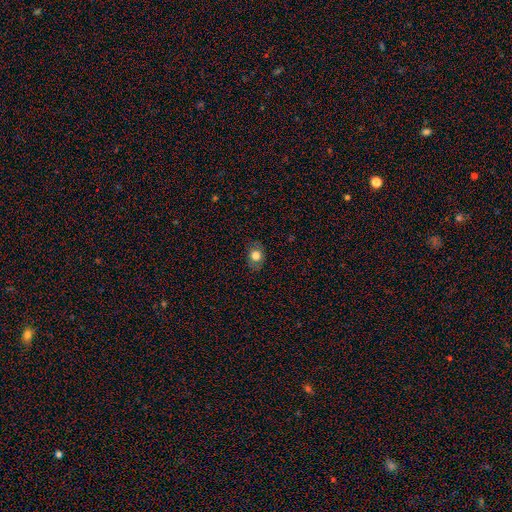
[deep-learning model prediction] Morphology: type=smooth (76%); roundness=in between (60%); merging=none (83%).